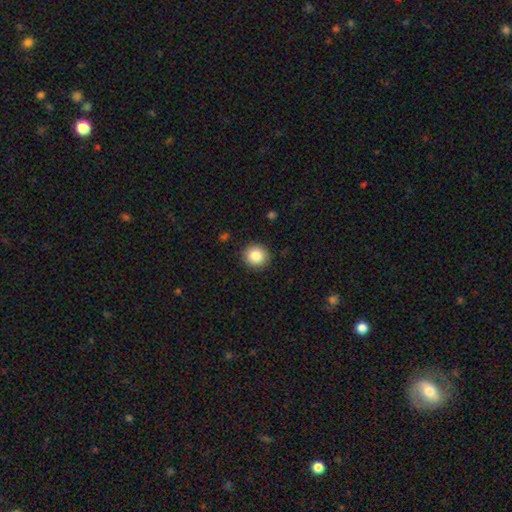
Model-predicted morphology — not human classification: Overall: smooth (85%). How rounded: round (90%). Merging: none (91%).